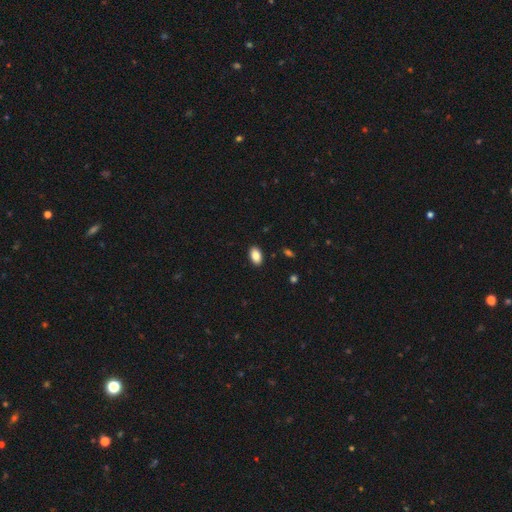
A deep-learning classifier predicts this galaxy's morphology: type=smooth (88%); roundness=in between (93%); merging=none (90%).